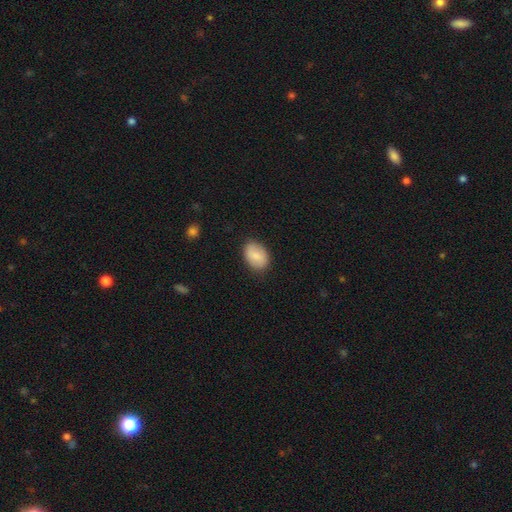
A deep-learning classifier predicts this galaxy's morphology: smooth-or-featured: smooth: 83% | featured or disk: 11% | star or artifact: 7%
  how-rounded: in between: 83% | round: 16% | cigar-shaped: 1%
  merging: none: 82% | minor disturbance: 14% | major disturbance: 3% | merger: 1%